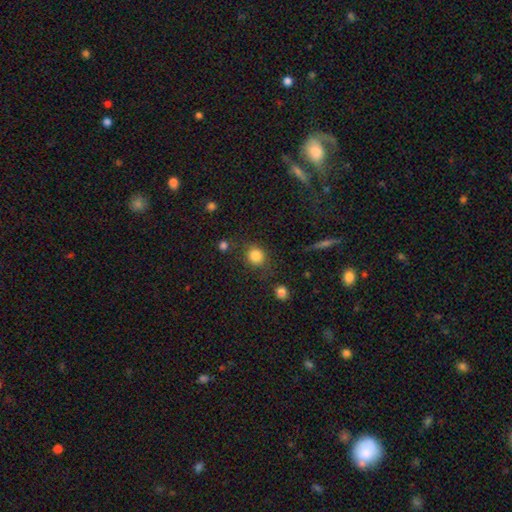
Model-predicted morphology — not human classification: This is clearly a smooth galaxy (84%). How rounded: clearly round (84%). Merging: likely none (75%).